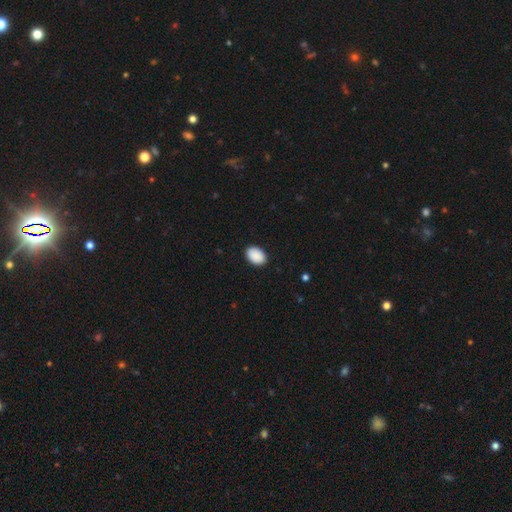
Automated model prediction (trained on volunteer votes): Smooth or featured? Predicted: smooth (p=0.91). How rounded? Predicted: in between (p=0.86). Merging? Predicted: none (p=0.90).